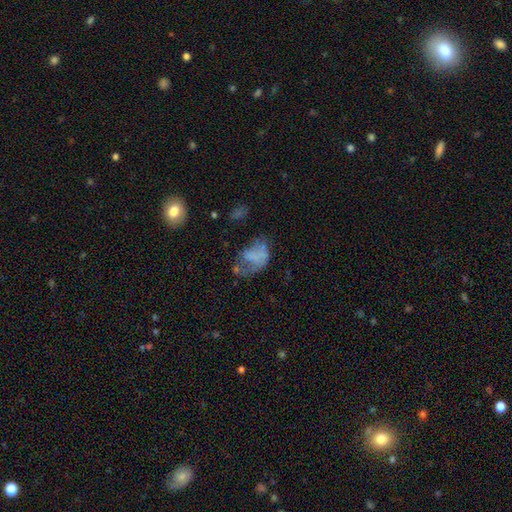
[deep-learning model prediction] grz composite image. It shows a smooth galaxy with no disk features (48%). Merging: major disturbance (39%).